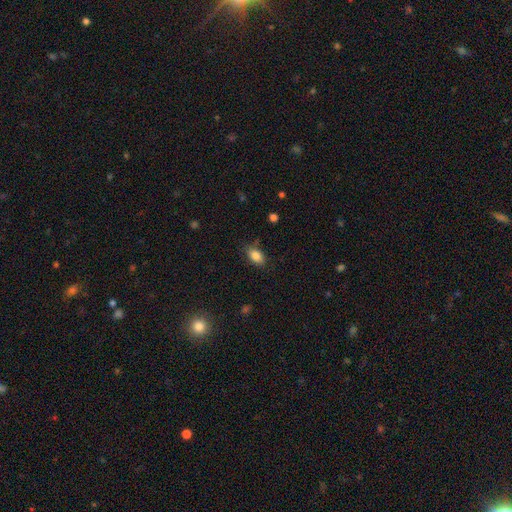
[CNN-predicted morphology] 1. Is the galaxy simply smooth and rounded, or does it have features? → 86% smooth, 9% star or artifact, 6% featured or disk.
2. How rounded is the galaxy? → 89% in between, 8% round, 3% cigar-shaped.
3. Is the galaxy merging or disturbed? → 80% none, 15% minor disturbance, 3% major disturbance, 2% merger.